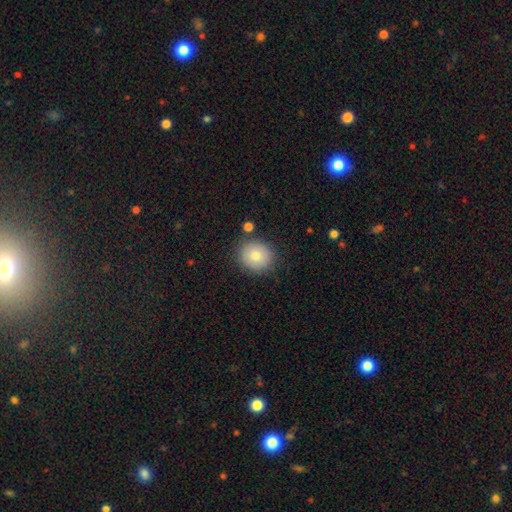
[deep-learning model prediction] Q: Smooth or featured?
A: smooth (81%); runner-up: featured or disk (10%)
Q: How rounded?
A: round (83%); runner-up: in between (16%)
Q: Merging?
A: none (83%); runner-up: minor disturbance (10%)